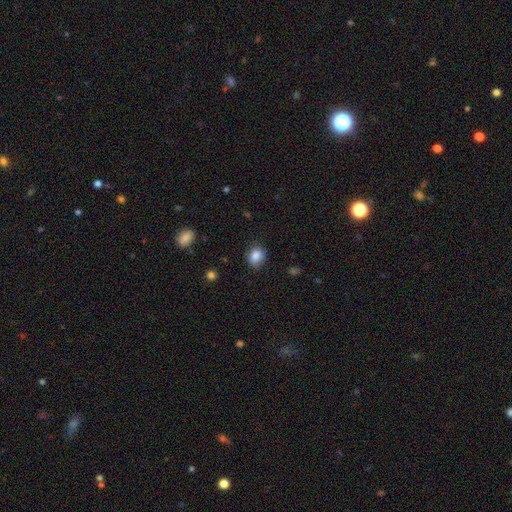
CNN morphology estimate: smooth 86%, star or artifact 9%, featured or disk 5%. Down the decision tree: how rounded — round (55%); merging — none (80%).